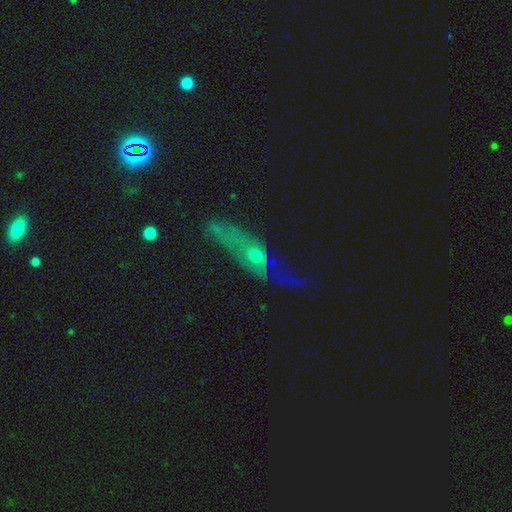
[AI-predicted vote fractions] smooth-or-featured: featured or disk: 53% | smooth: 33% | star or artifact: 15%
  disk-edge-on: no: 62% | yes: 38%
  merging: none: 36% | major disturbance: 35% | minor disturbance: 23% | merger: 6%